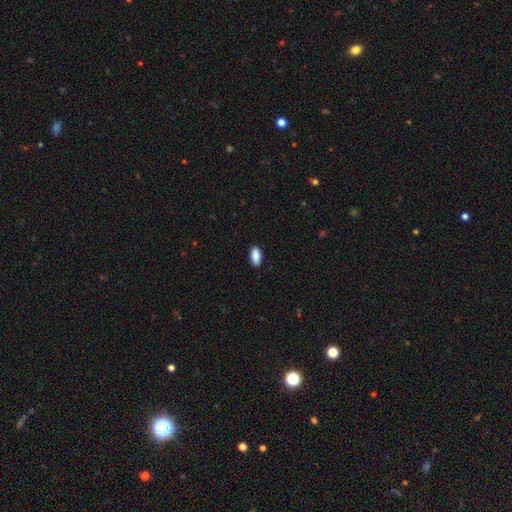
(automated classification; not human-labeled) Morphology: type=smooth (89%); roundness=in between (90%); merging=none (89%).